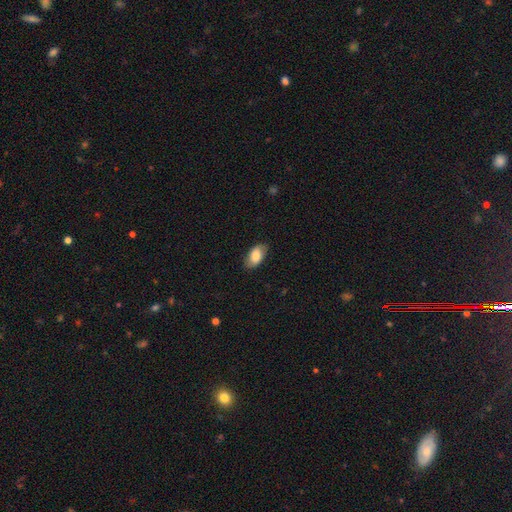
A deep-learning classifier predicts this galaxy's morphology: Q: Smooth or featured?
A: smooth (78%); runner-up: featured or disk (15%)
Q: How rounded?
A: in between (94%); runner-up: round (4%)
Q: Merging?
A: none (81%); runner-up: minor disturbance (15%)